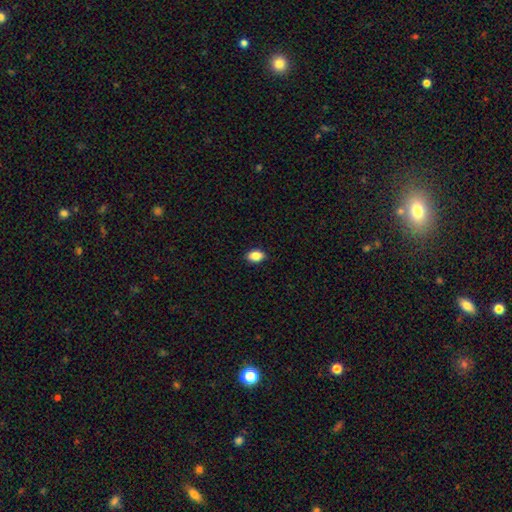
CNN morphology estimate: A smooth galaxy with no disk features (86%) that is in between round and cigar-shaped (85%). Merging: none (88%).